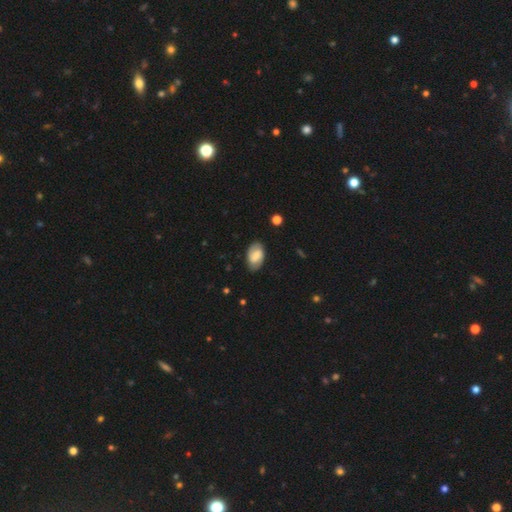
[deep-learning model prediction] A smooth galaxy with no disk features (53%) that is in between round and cigar-shaped (92%). Merging: none (83%).